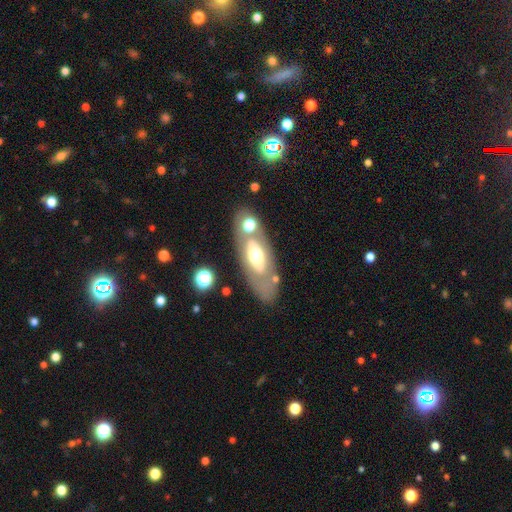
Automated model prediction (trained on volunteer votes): A featured or disk galaxy (51%).

Vote fractions:
- Smooth or featured? featured or disk: 51% / smooth: 42% / star or artifact: 7%
- Edge-on disk? no: 79% / yes: 21%
- Merging? none: 68% / minor disturbance: 14% / merger: 12% / major disturbance: 6%